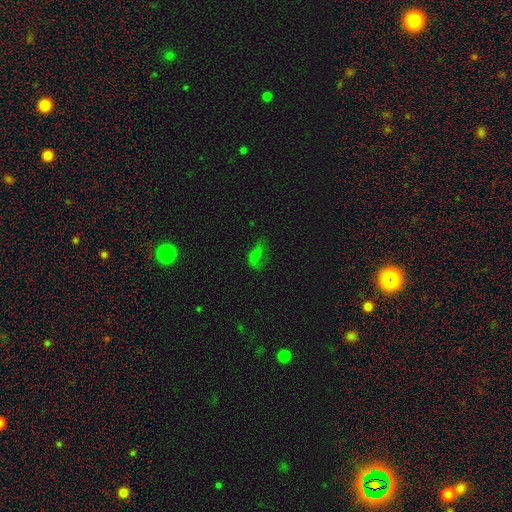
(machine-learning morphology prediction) The model was most divided on "merging": none: 39%, major disturbance: 32%, minor disturbance: 25%, merger: 4%. More confident: how rounded — in between (84%); smooth or featured — smooth (50%).